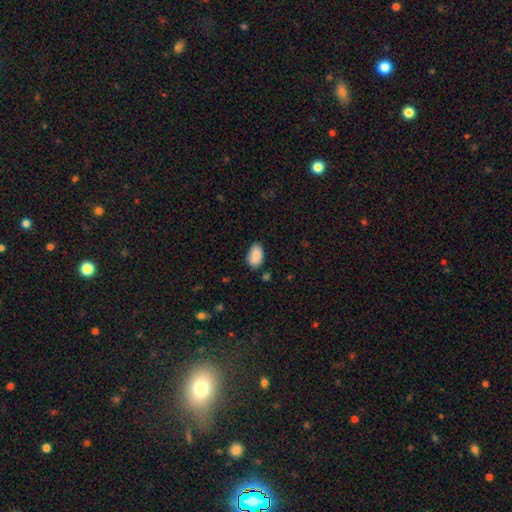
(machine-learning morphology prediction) smooth 88%, star or artifact 7%, featured or disk 5%. Down the decision tree: how rounded — in between (94%); merging — none (77%).